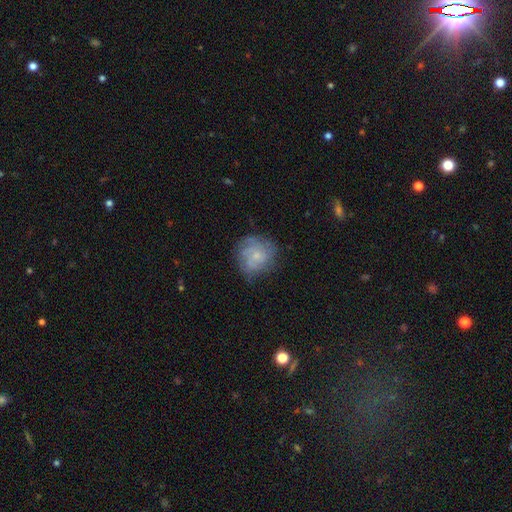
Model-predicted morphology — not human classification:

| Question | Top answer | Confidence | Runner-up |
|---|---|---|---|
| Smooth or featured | featured or disk | 58% | smooth (33%) |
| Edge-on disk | no | 98% | yes (2%) |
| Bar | no | 78% | weak (20%) |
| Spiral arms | yes | 85% | no (15%) |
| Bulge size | small | 69% | moderate (19%) |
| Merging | none | 70% | minor disturbance (20%) |